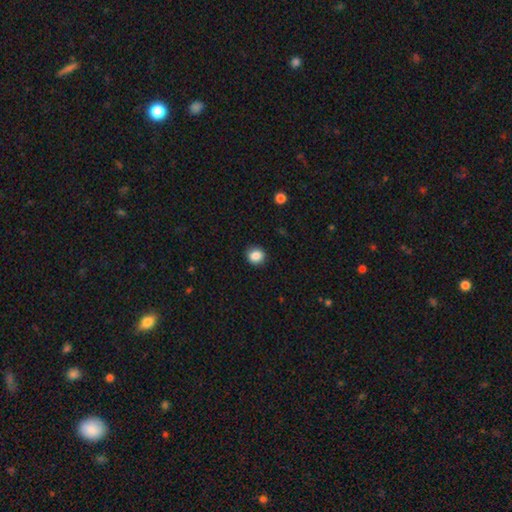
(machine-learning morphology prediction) type=smooth (86%); roundness=round (86%); merging=none (90%).